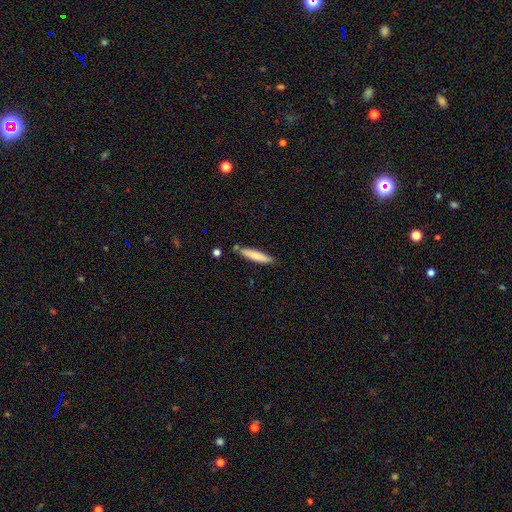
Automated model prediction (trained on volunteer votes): A smooth galaxy with no disk features (73%) that is cigar-shaped (87%).

Vote fractions:
- Smooth or featured? smooth: 73% / featured or disk: 21% / star or artifact: 6%
- How rounded? cigar-shaped: 87% / in between: 11% / round: 1%
- Merging? none: 80% / minor disturbance: 12% / merger: 5% / major disturbance: 2%